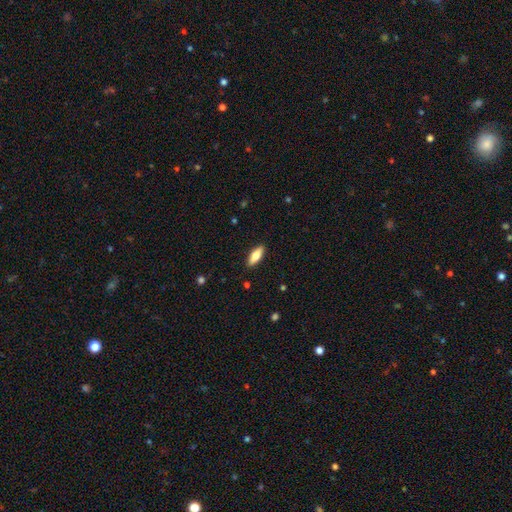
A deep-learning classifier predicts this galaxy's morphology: smooth 71%, featured or disk 23%, star or artifact 6%. Down the decision tree: how rounded — in between (67%); merging — none (89%).